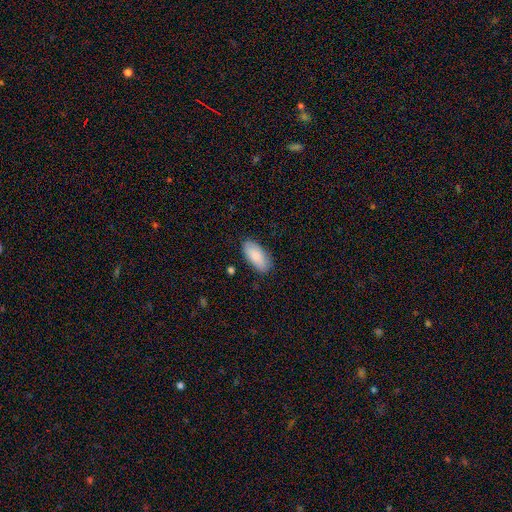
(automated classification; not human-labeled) Smooth or featured: smooth — 85% (featured or disk — 9%)
How rounded: in between — 92% (cigar-shaped — 7%)
Merging: none — 83% (minor disturbance — 13%)